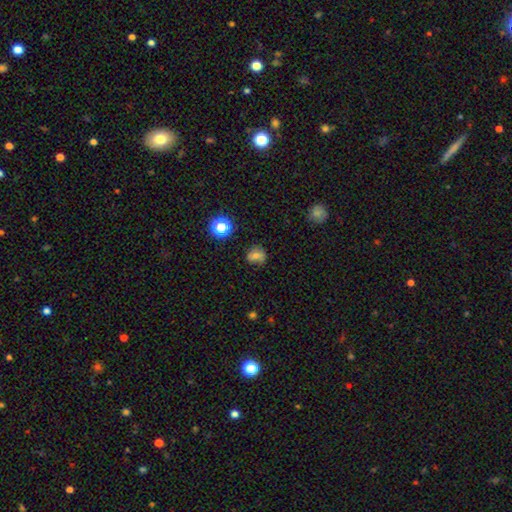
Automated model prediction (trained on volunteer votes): Smooth or featured?
  - smooth: 63% *
  - featured or disk: 20%
  - star or artifact: 17%
How rounded?
  - round: 73% *
  - in between: 26%
  - cigar-shaped: 1%
Merging?
  - none: 73% *
  - minor disturbance: 19%
  - major disturbance: 6%
  - merger: 2%